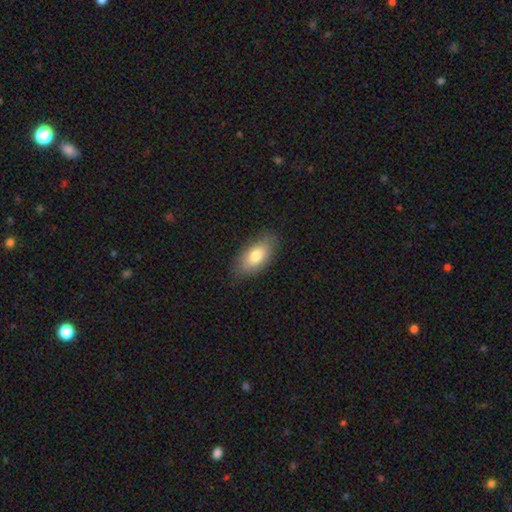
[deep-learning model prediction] Q: Smooth or featured?
A: smooth (78%); runner-up: featured or disk (15%)
Q: How rounded?
A: in between (91%); runner-up: cigar-shaped (5%)
Q: Merging?
A: none (82%); runner-up: minor disturbance (14%)